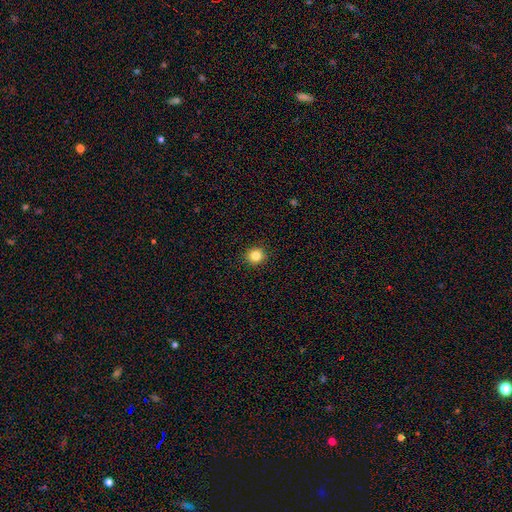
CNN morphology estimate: The model was most divided on "smooth or featured": smooth: 84%, star or artifact: 11%, featured or disk: 5%. More confident: merging — none (92%); how rounded — round (91%).